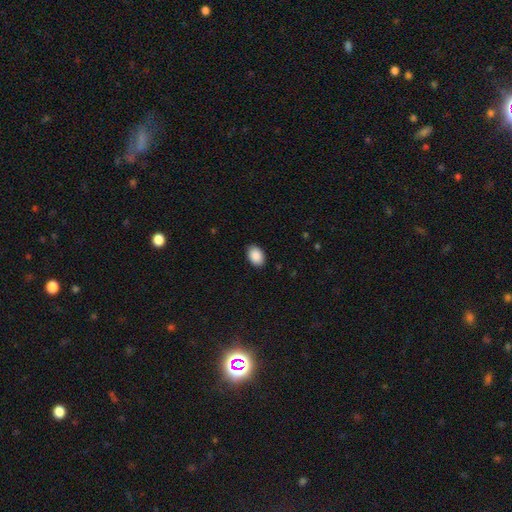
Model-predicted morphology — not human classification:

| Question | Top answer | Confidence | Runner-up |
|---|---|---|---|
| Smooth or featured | smooth | 90% | star or artifact (7%) |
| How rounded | in between | 84% | round (15%) |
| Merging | none | 88% | minor disturbance (9%) |